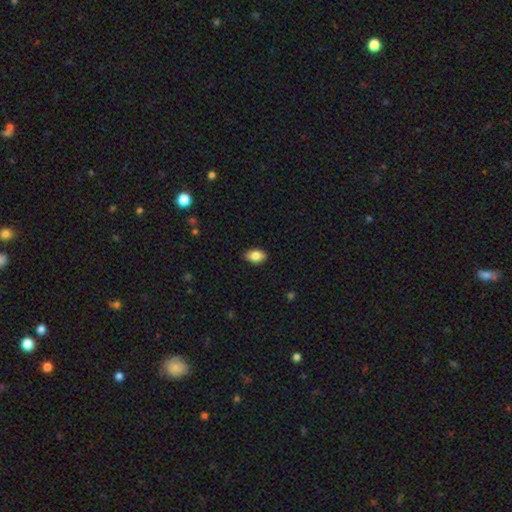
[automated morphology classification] Smooth or featured? smooth (85%)
How rounded? in between (88%)
Merging? none (86%)